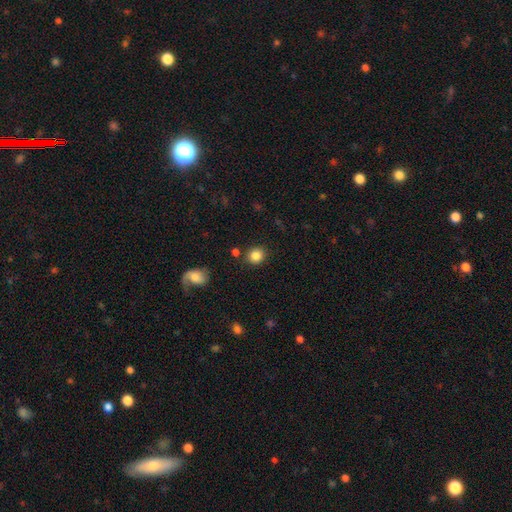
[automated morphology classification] Smooth or featured? Predicted: smooth (p=0.85). How rounded? Predicted: round (p=0.82). Merging? Predicted: none (p=0.85).